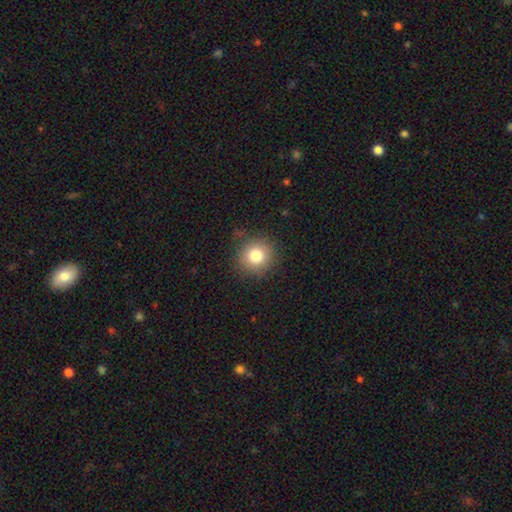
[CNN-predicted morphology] smooth 81%, star or artifact 11%, featured or disk 8%. Down the decision tree: how rounded — round (92%); merging — none (86%).